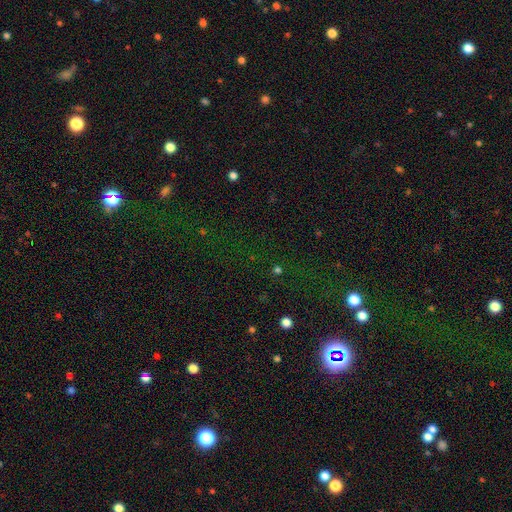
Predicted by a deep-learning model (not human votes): This is likely a star or artifact rather than a galaxy (73%).